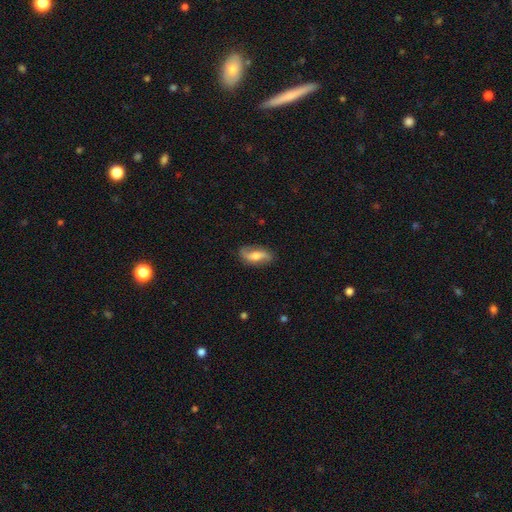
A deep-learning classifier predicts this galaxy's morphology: Smooth or featured: featured or disk — 69% (smooth — 24%)
Edge-on disk: no — 91% (yes — 9%)
Bar: no — 41% (weak — 38%)
Spiral arms: yes — 92% (no — 8%)
Spiral winding: loose — 71% (medium — 21%)
Spiral arm count: 2 — 91% (can't tell — 3%)
Bulge size: moderate — 55% (small — 24%)
Merging: none — 80% (minor disturbance — 14%)